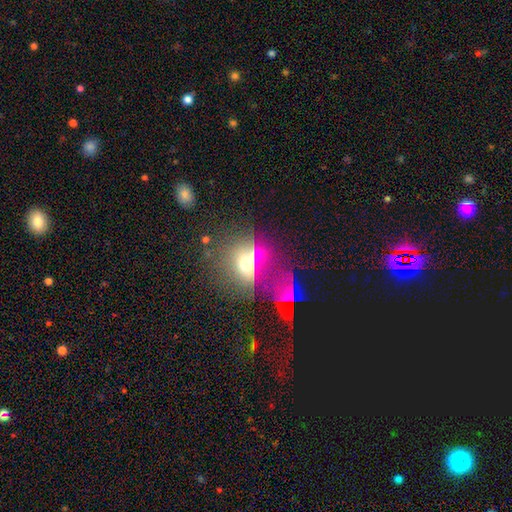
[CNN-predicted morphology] smooth-or-featured: smooth: 48% | star or artifact: 30% | featured or disk: 22%
  merging: none: 41% | merger: 33% | major disturbance: 13% | minor disturbance: 12%